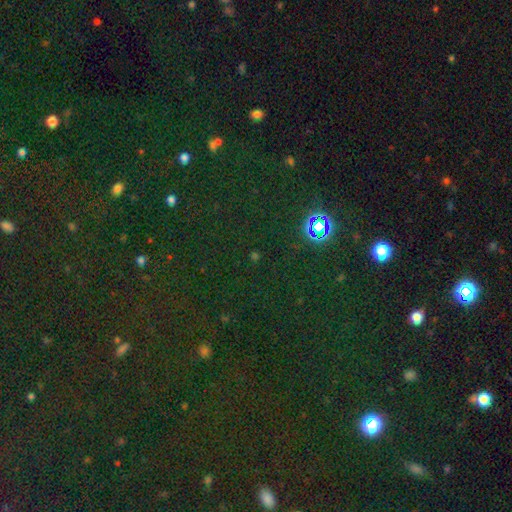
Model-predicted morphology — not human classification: This appears to be a star or artifact, not a galaxy (73%).